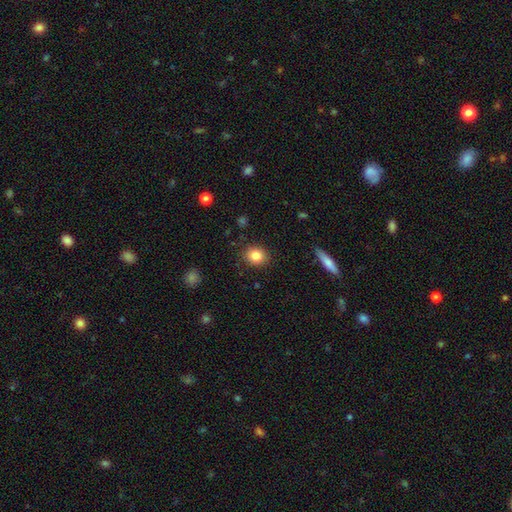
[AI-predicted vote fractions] The model was most divided on "how rounded": round: 73%, in between: 26%, cigar-shaped: 1%. More confident: merging — none (88%); smooth or featured — smooth (84%).